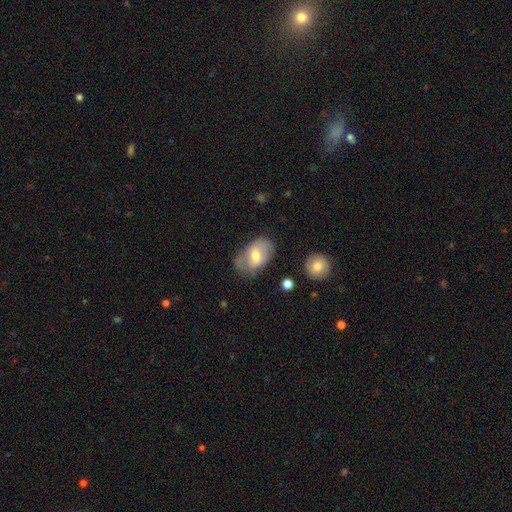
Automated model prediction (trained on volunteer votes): A smooth galaxy with no disk features (60%) that is in between round and cigar-shaped (87%).

Vote fractions:
- Smooth or featured? smooth: 60% / featured or disk: 33% / star or artifact: 7%
- How rounded? in between: 87% / round: 12% / cigar-shaped: 1%
- Merging? none: 58% / minor disturbance: 29% / major disturbance: 10% / merger: 3%